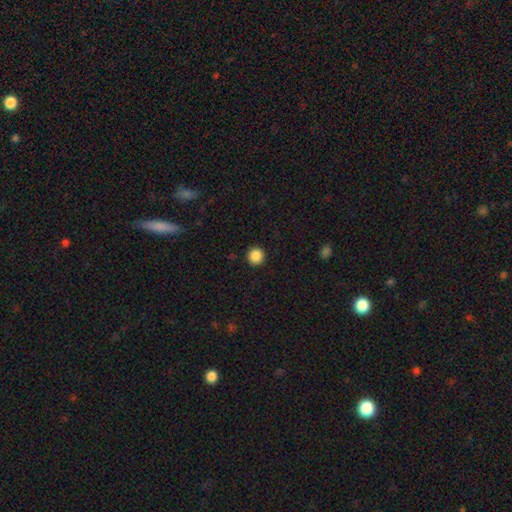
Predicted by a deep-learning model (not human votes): This appears to be a smooth galaxy with no disk features (88%) that is round (96%). Merging: none (93%).